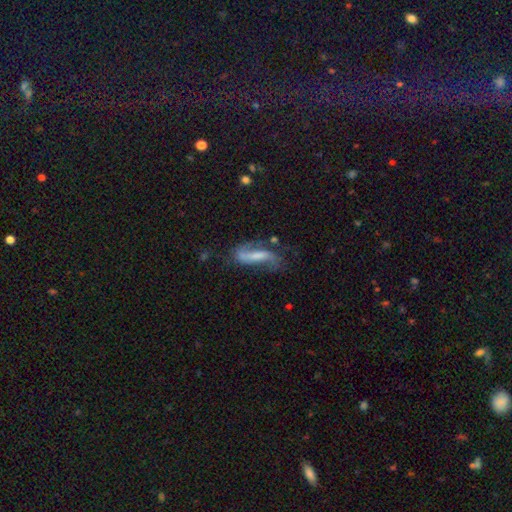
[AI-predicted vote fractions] smooth_or_featured: featured or disk (p=0.64) [alt: smooth p=0.28]
disk_edge_on: no (p=0.82) [alt: yes p=0.18]
bar: strong (p=0.44) [alt: weak p=0.30]
has_spiral_arms: yes (p=0.83) [alt: no p=0.17]
bulge_size: none (p=0.35) [alt: small p=0.31]
merging: none (p=0.47) [alt: minor disturbance p=0.26]